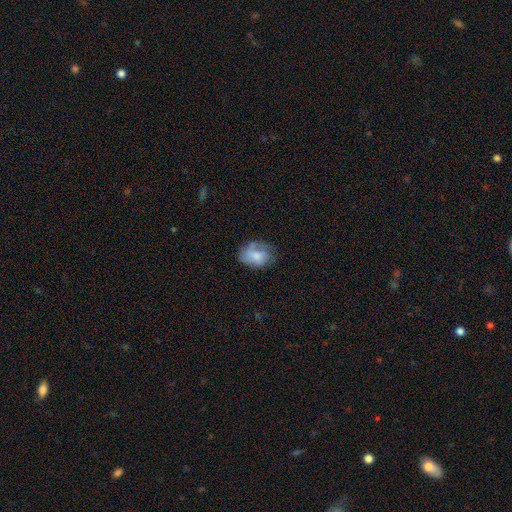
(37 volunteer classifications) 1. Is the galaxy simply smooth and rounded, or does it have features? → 51% featured or disk, 43% smooth, 5% star or artifact.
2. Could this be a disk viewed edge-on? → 95% no, 5% yes.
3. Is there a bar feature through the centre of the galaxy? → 67% no, 28% weak, 6% strong.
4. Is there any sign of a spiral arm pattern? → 94% yes, 6% no.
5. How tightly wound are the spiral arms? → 59% loose, 24% medium, 18% tight.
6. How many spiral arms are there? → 41% 1, 24% 2, 24% can't tell, 6% 3, 6% more than 4, 0% 4.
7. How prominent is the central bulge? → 67% small, 28% moderate, 6% large, 0% dominant, 0% none.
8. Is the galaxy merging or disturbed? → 63% none, 26% minor disturbance, 11% major disturbance, 0% merger.